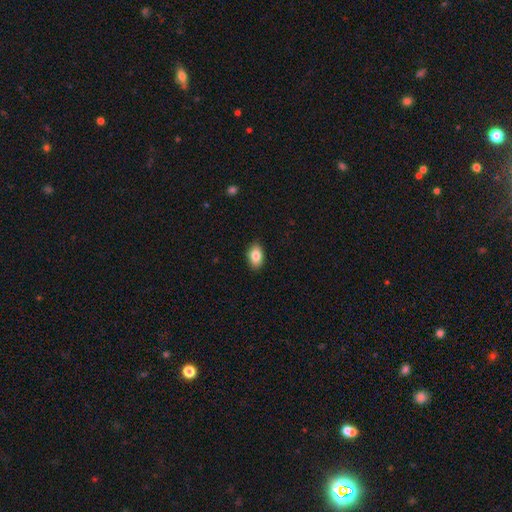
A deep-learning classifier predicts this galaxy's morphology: smooth_or_featured: smooth (p=0.84) [alt: featured or disk p=0.08]
how_rounded: in between (p=0.90) [alt: round p=0.08]
merging: none (p=0.89) [alt: minor disturbance p=0.08]